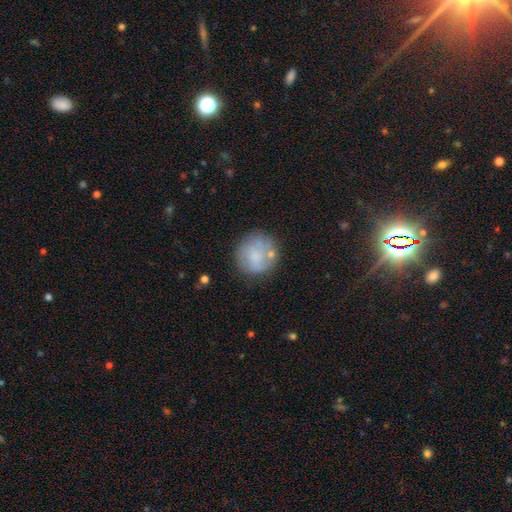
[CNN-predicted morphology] Smooth or featured? smooth (61%)
How rounded? round (90%)
Merging? none (65%)